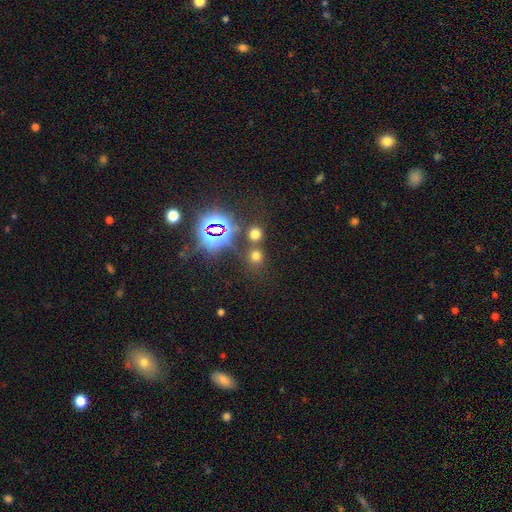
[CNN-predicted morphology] A smooth galaxy with no disk features (58%) that is round (83%). Merging: none (68%).